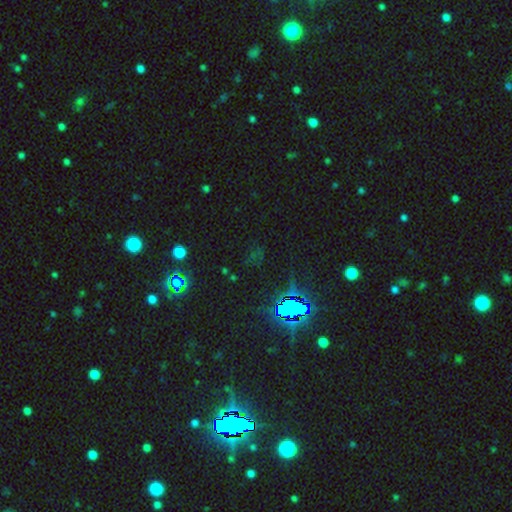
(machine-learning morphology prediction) This is likely a star or artifact rather than a galaxy (74%).